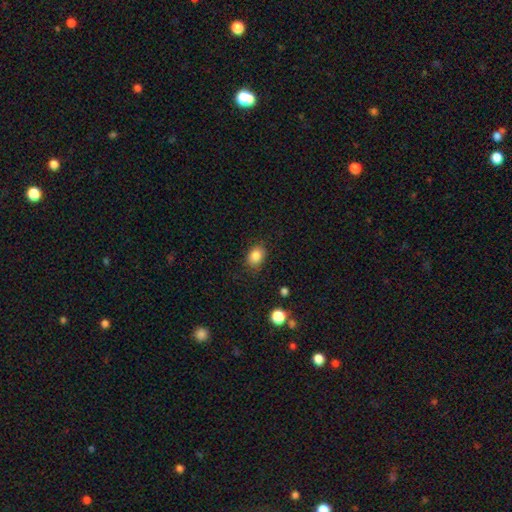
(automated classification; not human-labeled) Q: Smooth or featured?
A: smooth (85%); runner-up: star or artifact (10%)
Q: How rounded?
A: in between (62%); runner-up: round (37%)
Q: Merging?
A: none (81%); runner-up: minor disturbance (14%)